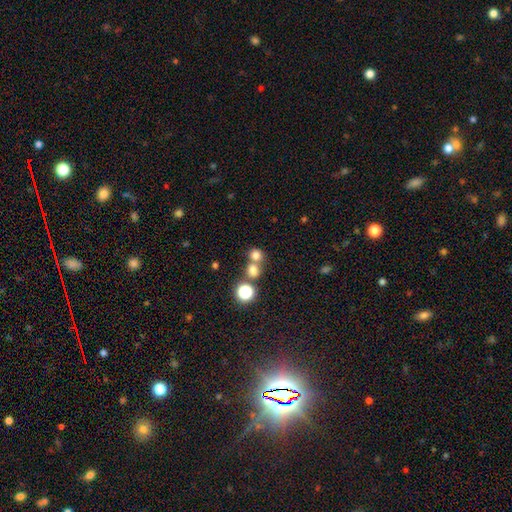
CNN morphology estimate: Smooth or featured? smooth (74%)
How rounded? round (83%)
Merging? none (51%)